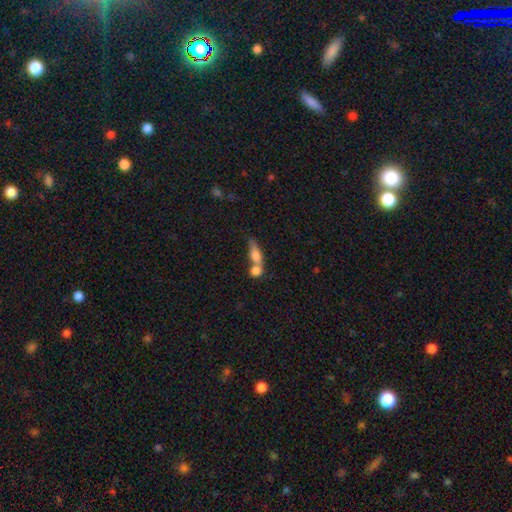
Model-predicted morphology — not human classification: Q: Smooth or featured?
A: smooth (69%); runner-up: featured or disk (23%)
Q: How rounded?
A: in between (56%); runner-up: cigar-shaped (29%)
Q: Merging?
A: merger (55%); runner-up: none (29%)